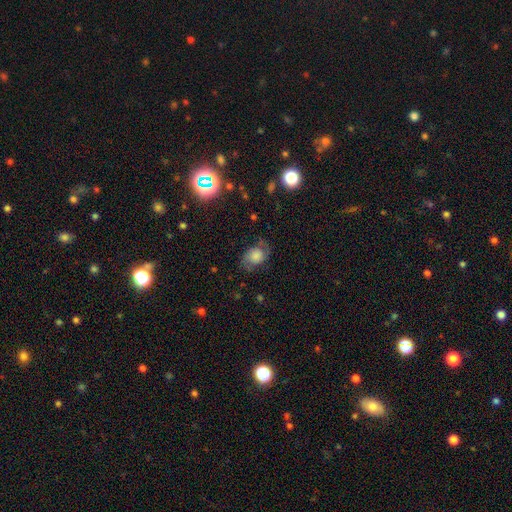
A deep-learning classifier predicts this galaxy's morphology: Smooth or featured?
  - featured or disk: 50% *
  - smooth: 39%
  - star or artifact: 11%
Merging?
  - none: 65% *
  - minor disturbance: 21%
  - major disturbance: 12%
  - merger: 2%